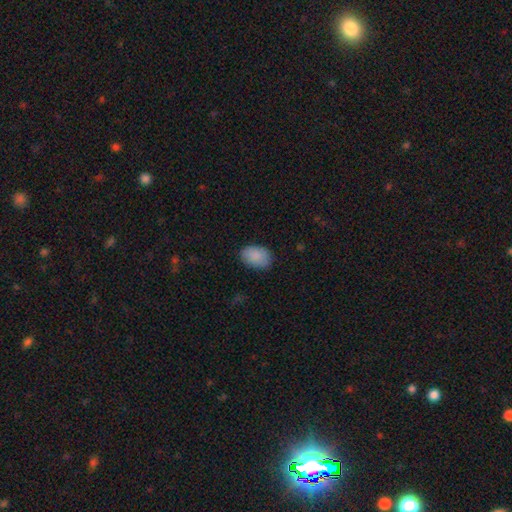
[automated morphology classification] This is clearly a smooth galaxy (89%). How rounded: clearly in between (86%). Merging: clearly none (82%).